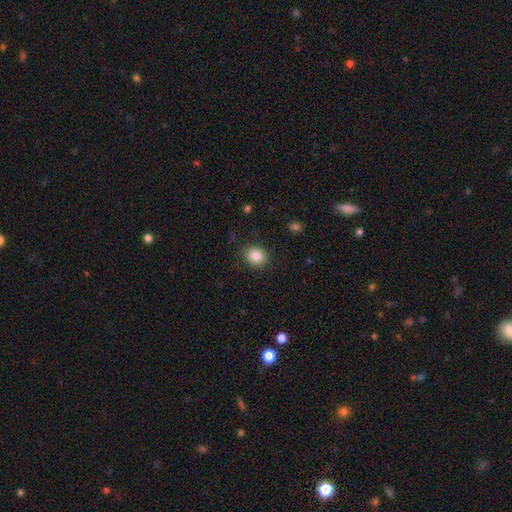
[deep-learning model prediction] A smooth galaxy with no disk features (85%) that is round (63%).

Vote fractions:
- Smooth or featured? smooth: 85% / star or artifact: 10% / featured or disk: 6%
- How rounded? round: 63% / in between: 36% / cigar-shaped: 1%
- Merging? none: 88% / minor disturbance: 8% / major disturbance: 3% / merger: 1%